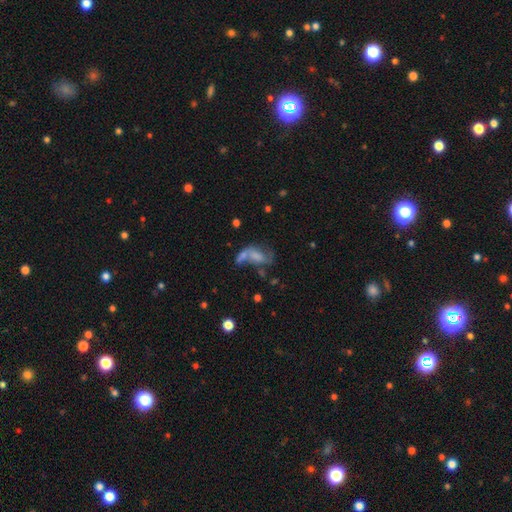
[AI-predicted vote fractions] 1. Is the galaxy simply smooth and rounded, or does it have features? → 44% smooth, 42% featured or disk, 13% star or artifact.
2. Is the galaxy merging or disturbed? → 35% merger, 26% major disturbance, 24% none, 16% minor disturbance.